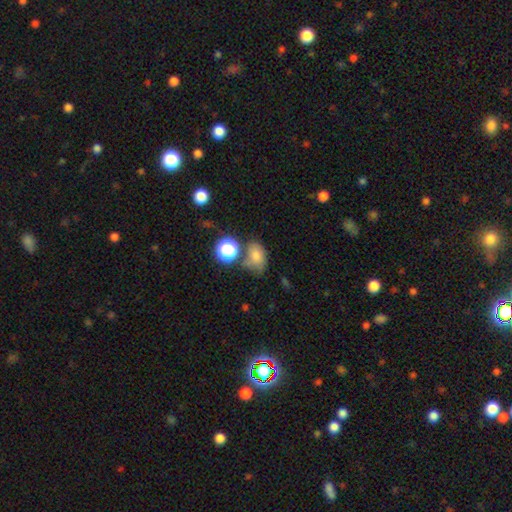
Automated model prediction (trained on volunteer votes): A smooth galaxy with no disk features (63%) that is in between round and cigar-shaped (66%).

Vote fractions:
- Smooth or featured? smooth: 63% / star or artifact: 22% / featured or disk: 14%
- How rounded? in between: 66% / round: 33% / cigar-shaped: 2%
- Merging? none: 58% / minor disturbance: 20% / merger: 14% / major disturbance: 8%